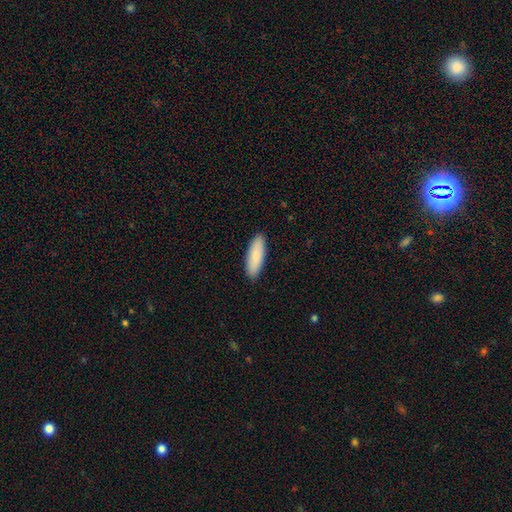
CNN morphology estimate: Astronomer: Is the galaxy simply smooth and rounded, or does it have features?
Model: smooth — 86%.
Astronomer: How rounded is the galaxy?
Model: in between — 54% (runner-up: cigar-shaped, 45%).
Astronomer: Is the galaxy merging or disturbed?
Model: none — 91%.